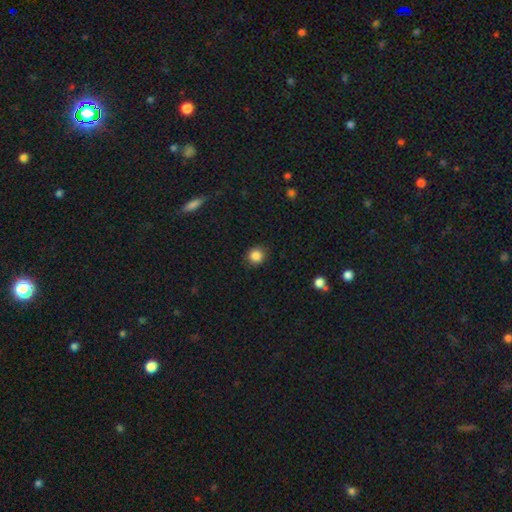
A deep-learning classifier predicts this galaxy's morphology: smooth 86%, star or artifact 11%, featured or disk 3%. Down the decision tree: how rounded — round (89%); merging — none (88%).